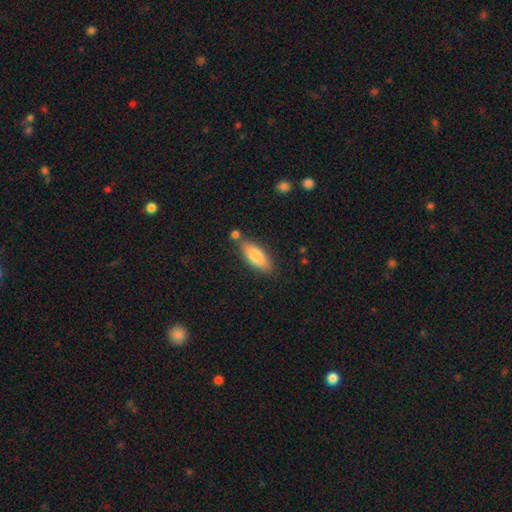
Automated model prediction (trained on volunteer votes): smooth 78%, featured or disk 15%, star or artifact 6%. Down the decision tree: how rounded — in between (69%); merging — none (77%).